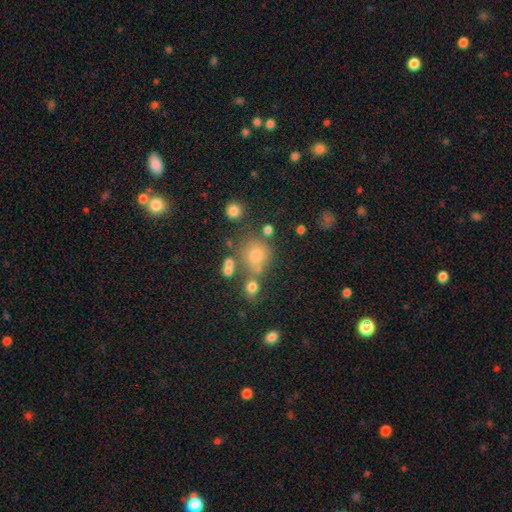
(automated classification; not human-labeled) Overall: smooth (67%). How rounded: round (85%). Merging: none (64%).